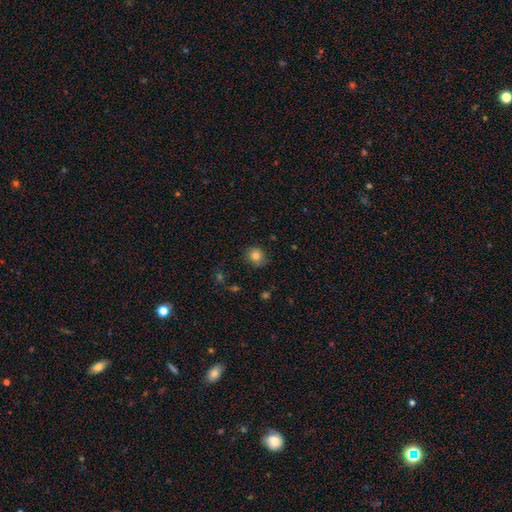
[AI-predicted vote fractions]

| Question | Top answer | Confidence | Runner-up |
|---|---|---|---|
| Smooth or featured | smooth | 81% | star or artifact (10%) |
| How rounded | round | 76% | in between (23%) |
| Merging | none | 79% | minor disturbance (16%) |